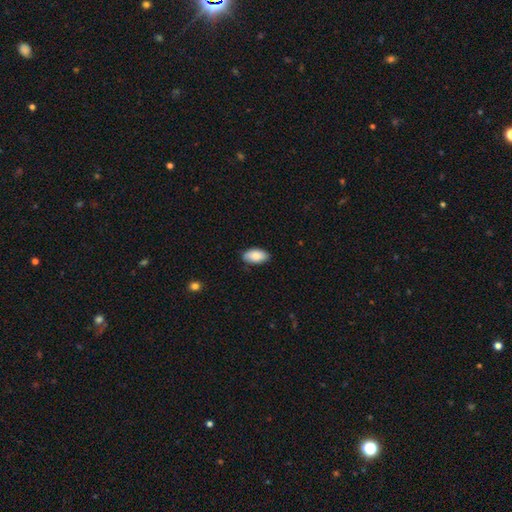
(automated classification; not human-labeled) Smooth or featured? Predicted: smooth (p=0.86). How rounded? Predicted: in between (p=0.95). Merging? Predicted: none (p=0.83).